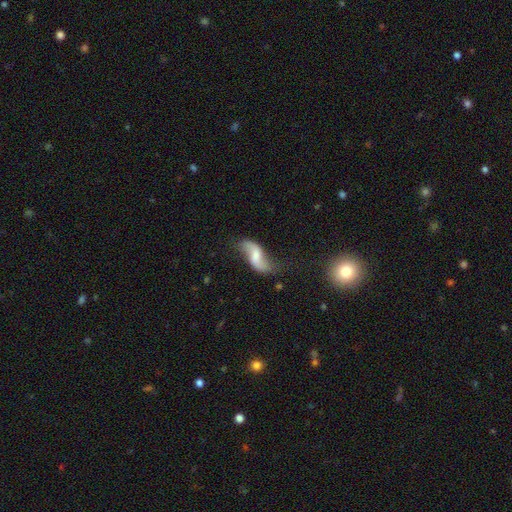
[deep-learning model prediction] smooth-or-featured: featured or disk: 65% | smooth: 28% | star or artifact: 7%
  disk-edge-on: no: 93% | yes: 7%
    bar: weak: 46% | no: 32% | strong: 22%
    has-spiral-arms: yes: 89% | no: 11%
      spiral-winding: loose: 87% | medium: 10% | tight: 3%
      spiral-arm-count: 2: 91% | can't tell: 4% | 1: 3% | 3: 1% | 4: 1% | more than 4: 1%
    bulge-size: small: 36% | moderate: 34% | none: 21% | large: 7% | dominant: 2%
  merging: none: 55% | minor disturbance: 26% | major disturbance: 15% | merger: 4%